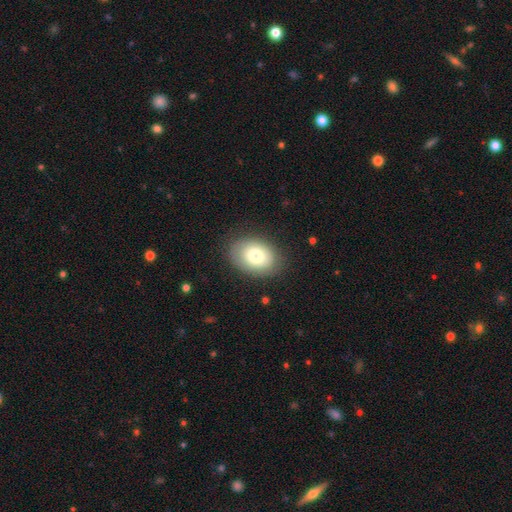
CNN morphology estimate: Smooth or featured? Predicted: smooth (p=0.77). How rounded? Predicted: in between (p=0.74). Merging? Predicted: none (p=0.83).